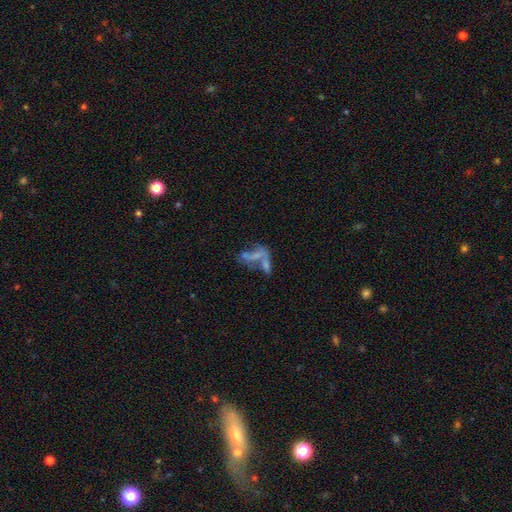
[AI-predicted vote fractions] Smooth or featured? featured or disk (46%)
Merging? merger (53%)